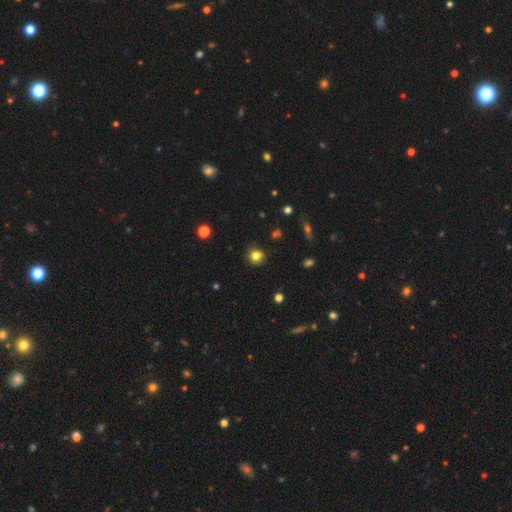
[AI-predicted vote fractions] smooth 81%, star or artifact 12%, featured or disk 6%. Down the decision tree: how rounded — round (89%); merging — none (89%).